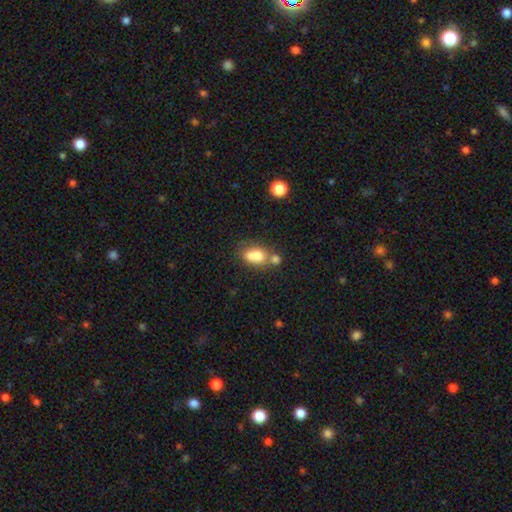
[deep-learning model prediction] smooth 71%, featured or disk 18%, star or artifact 11%. Down the decision tree: how rounded — in between (69%); merging — merger (52%).